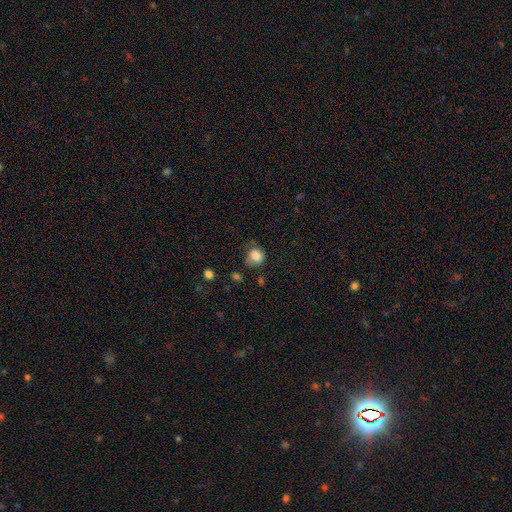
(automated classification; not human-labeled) This is clearly a smooth galaxy (83%). How rounded: likely round (75%). Merging: possibly none (51%).